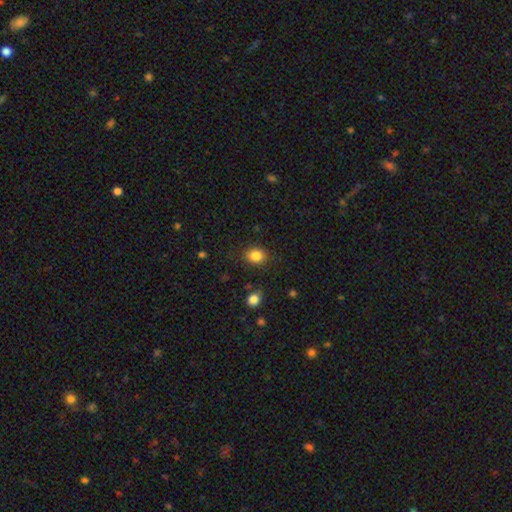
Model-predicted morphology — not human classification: This is clearly a smooth galaxy (84%). How rounded: possibly round (53%). Merging: clearly none (84%).